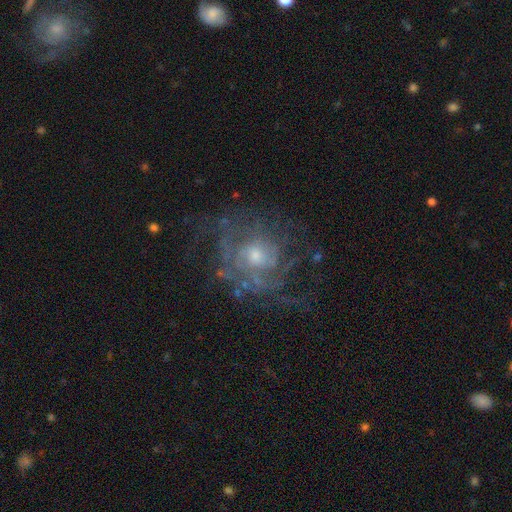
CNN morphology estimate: Smooth or featured? featured or disk (78%)
Edge-on disk? no (97%)
Bar? no (76%)
Spiral arms? yes (78%)
Spiral winding? tight (48%)
Spiral arm count? can't tell (48%)
Bulge size? small (50%)
Merging? none (60%)